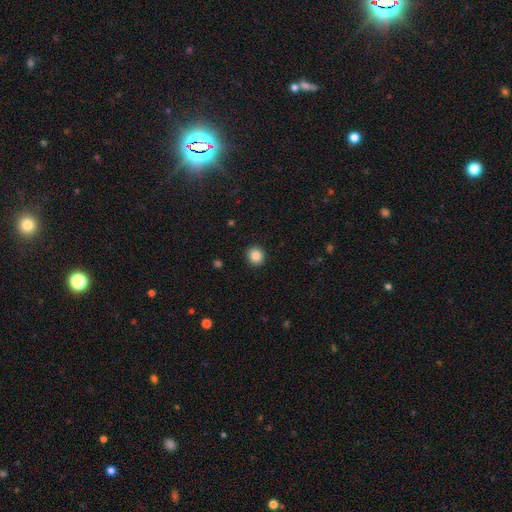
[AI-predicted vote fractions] This appears to be a smooth galaxy with no disk features (87%) that is round (88%). Merging: none (92%).